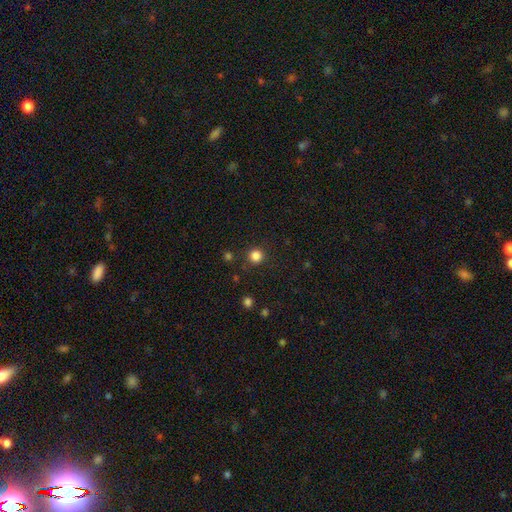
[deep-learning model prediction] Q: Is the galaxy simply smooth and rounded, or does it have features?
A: smooth — 84%.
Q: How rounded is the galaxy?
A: round — 94%.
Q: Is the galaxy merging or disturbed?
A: none — 88%.